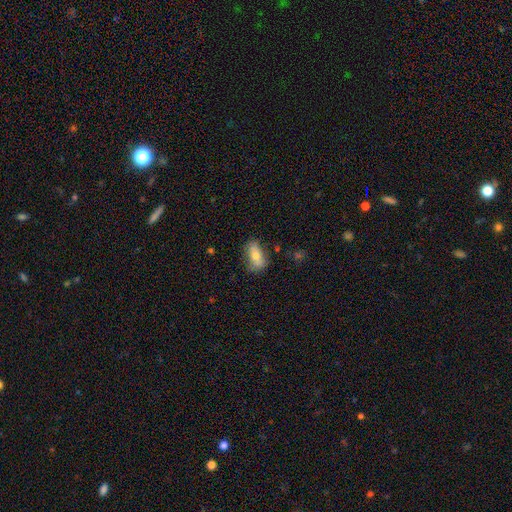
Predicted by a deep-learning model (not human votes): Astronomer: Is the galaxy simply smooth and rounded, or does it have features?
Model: smooth — 68%.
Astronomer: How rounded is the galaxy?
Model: in between — 86%.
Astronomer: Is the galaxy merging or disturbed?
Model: none — 66%.